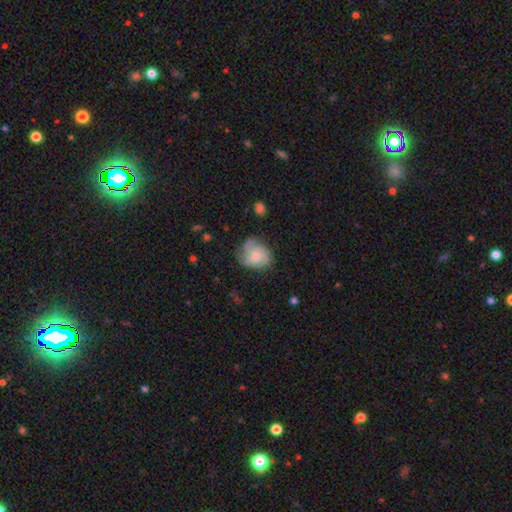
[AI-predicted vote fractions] Smooth or featured: featured or disk — 52% (smooth — 41%)
Edge-on disk: no — 97% (yes — 3%)
Bar: no — 80% (weak — 18%)
Spiral arms: yes — 84% (no — 16%)
Bulge size: moderate — 47% (small — 43%)
Merging: none — 60% (minor disturbance — 27%)